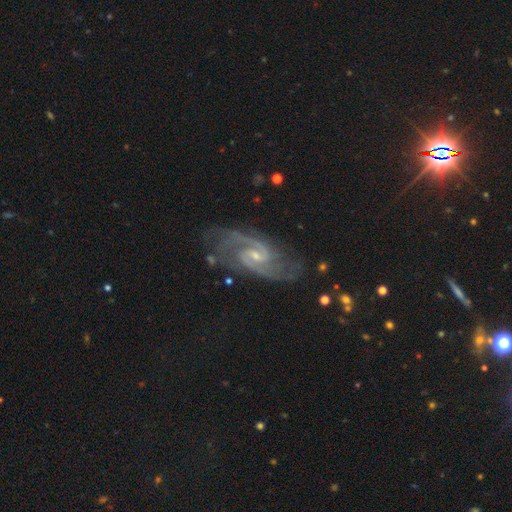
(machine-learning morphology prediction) type=featured or disk (91%); edge-on=no (97%); bar=weak (56%); spiral arms=yes (98%); winding=medium (58%); arm count=2 (85%); bulge=small (64%); merging=none (71%).